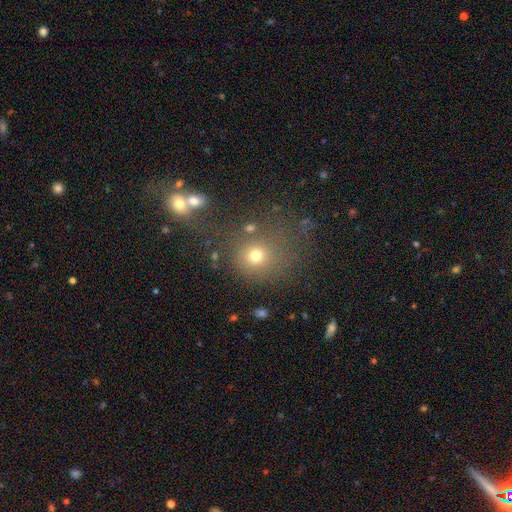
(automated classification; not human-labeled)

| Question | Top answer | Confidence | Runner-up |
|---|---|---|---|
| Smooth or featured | smooth | 69% | star or artifact (20%) |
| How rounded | round | 82% | in between (17%) |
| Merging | none | 65% | minor disturbance (13%) |